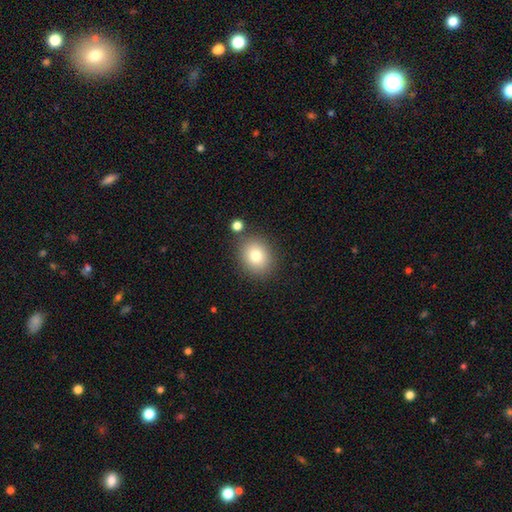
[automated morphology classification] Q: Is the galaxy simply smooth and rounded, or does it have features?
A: smooth — 78%.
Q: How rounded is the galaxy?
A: round — 67%.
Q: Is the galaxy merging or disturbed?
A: none — 81%.